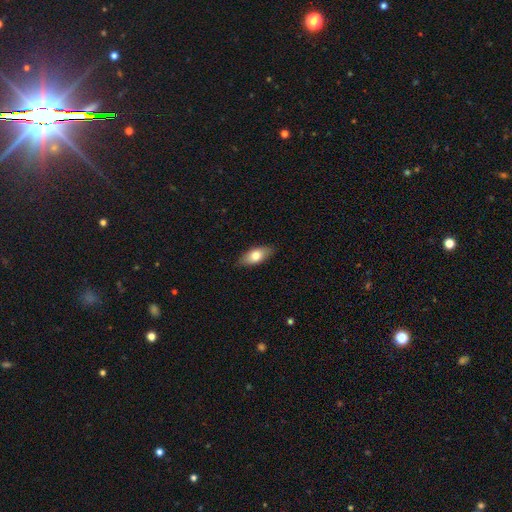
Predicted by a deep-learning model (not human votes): Smooth or featured?
  - smooth: 75% *
  - featured or disk: 18%
  - star or artifact: 7%
How rounded?
  - in between: 87% *
  - cigar-shaped: 9%
  - round: 4%
Merging?
  - none: 86% *
  - minor disturbance: 11%
  - major disturbance: 2%
  - merger: 1%